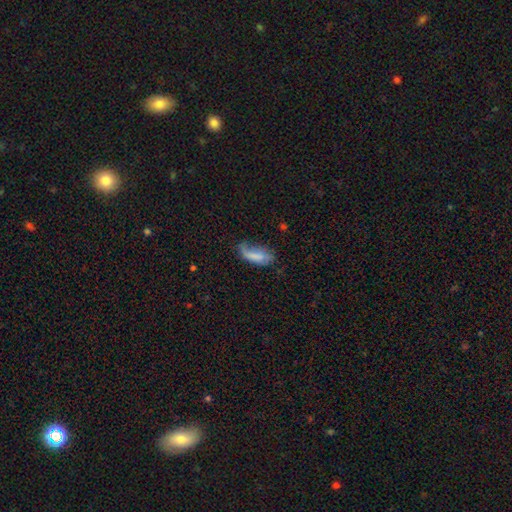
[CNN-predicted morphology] A smooth galaxy with no disk features (65%) that is in between round and cigar-shaped (78%).

Vote fractions:
- Smooth or featured? smooth: 65% / featured or disk: 26% / star or artifact: 8%
- How rounded? in between: 78% / cigar-shaped: 19% / round: 3%
- Merging? none: 34% / minor disturbance: 32% / major disturbance: 29% / merger: 4%